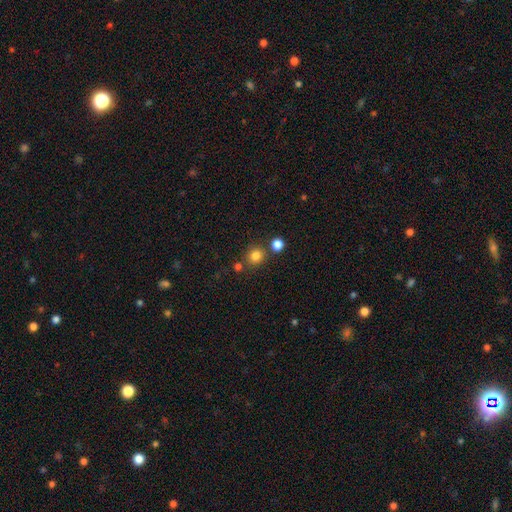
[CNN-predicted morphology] smooth-or-featured: smooth: 81% | star or artifact: 14% | featured or disk: 5%
  how-rounded: round: 84% | in between: 15% | cigar-shaped: 1%
  merging: none: 77% | merger: 11% | minor disturbance: 9% | major disturbance: 3%